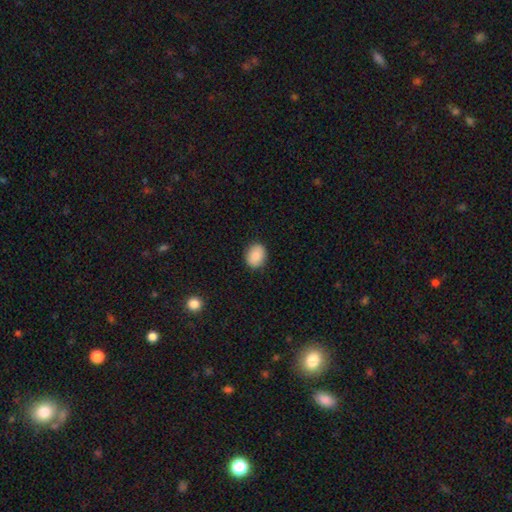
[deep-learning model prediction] Smooth or featured? smooth (87%)
How rounded? round (52%)
Merging? none (89%)